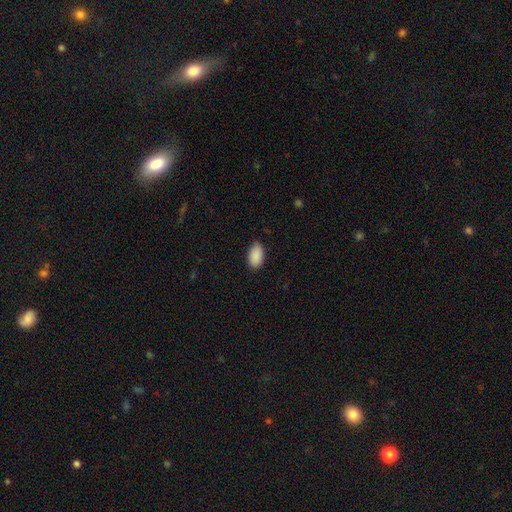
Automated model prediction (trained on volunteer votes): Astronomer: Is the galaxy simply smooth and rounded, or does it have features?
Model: smooth — 90%.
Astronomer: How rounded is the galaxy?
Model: in between — 93%.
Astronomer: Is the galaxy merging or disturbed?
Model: none — 78%.